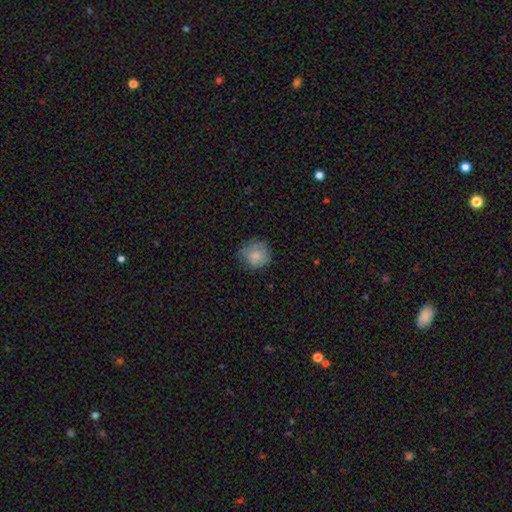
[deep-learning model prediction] A smooth galaxy with no disk features (83%) that is round (91%).

Vote fractions:
- Smooth or featured? smooth: 83% / featured or disk: 8% / star or artifact: 8%
- How rounded? round: 91% / in between: 8% / cigar-shaped: 1%
- Merging? none: 76% / minor disturbance: 19% / major disturbance: 4% / merger: 1%